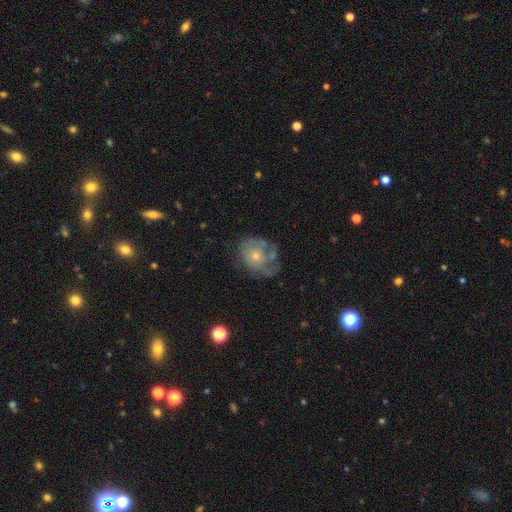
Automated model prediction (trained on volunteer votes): Morphology: type=featured or disk (62%); edge-on=no (97%); bar=no (85%); spiral arms=yes (62%); bulge=small (58%); merging=none (52%).